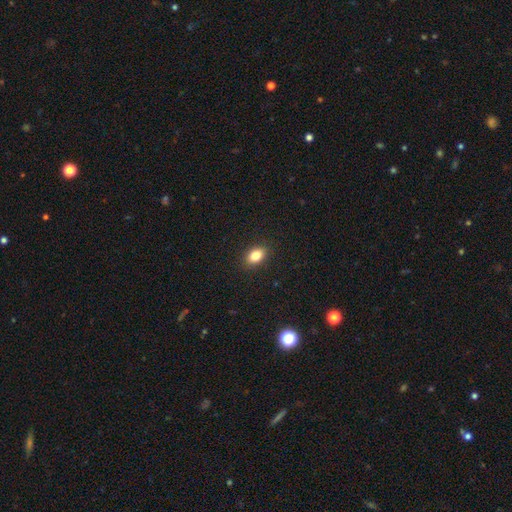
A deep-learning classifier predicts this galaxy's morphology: A smooth galaxy with no disk features (83%) that is in between round and cigar-shaped (85%). Merging: none (89%).